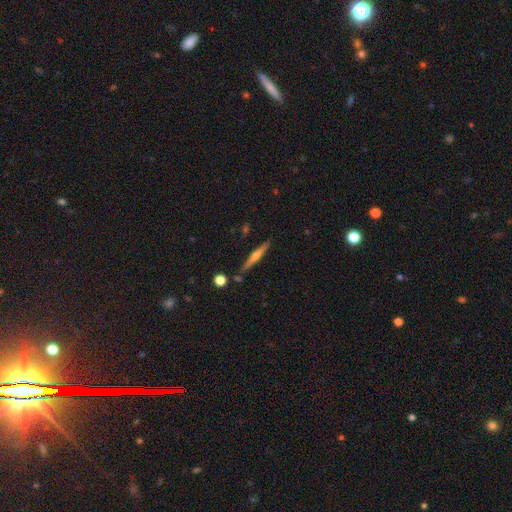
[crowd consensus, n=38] Q: Smooth or featured?
A: featured or disk (71%); runner-up: smooth (18%)
Q: Edge-on disk?
A: yes (100%)
Q: Edge-on bulge?
A: rounded (78%); runner-up: boxy (15%)
Q: Merging?
A: none (94%); runner-up: minor disturbance (6%)